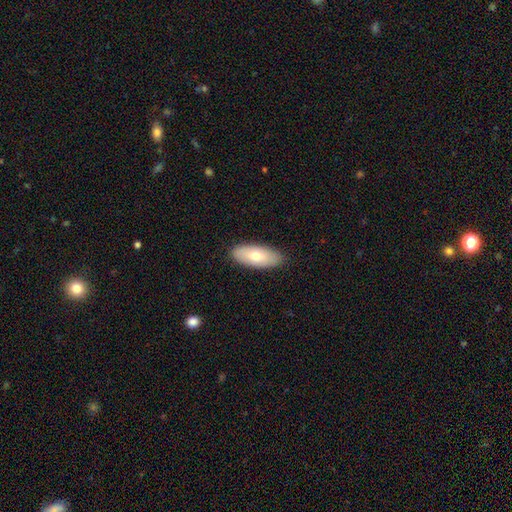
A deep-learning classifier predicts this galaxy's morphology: smooth 71%, featured or disk 24%, star or artifact 6%. Down the decision tree: how rounded — in between (86%); merging — none (87%).